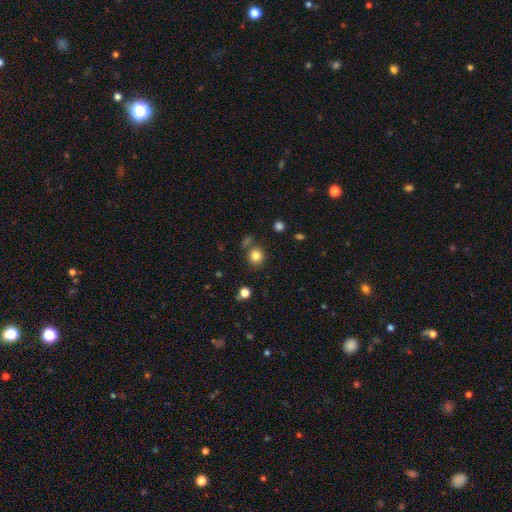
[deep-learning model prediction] The model was most divided on "merging": none: 78%, merger: 10%, minor disturbance: 9%, major disturbance: 3%. More confident: how rounded — round (88%); smooth or featured — smooth (82%).